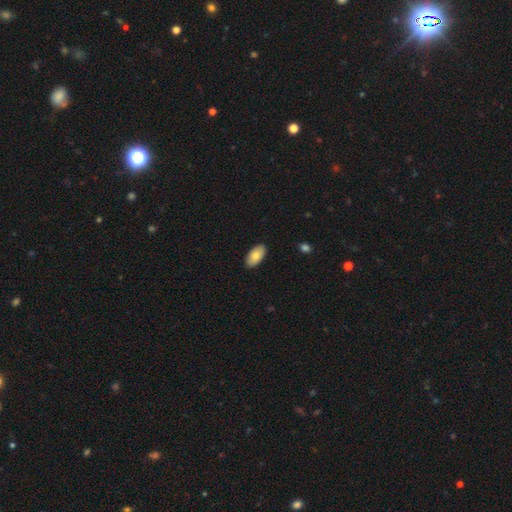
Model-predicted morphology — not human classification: Smooth or featured? Predicted: smooth (p=0.78). How rounded? Predicted: in between (p=0.95). Merging? Predicted: none (p=0.89).